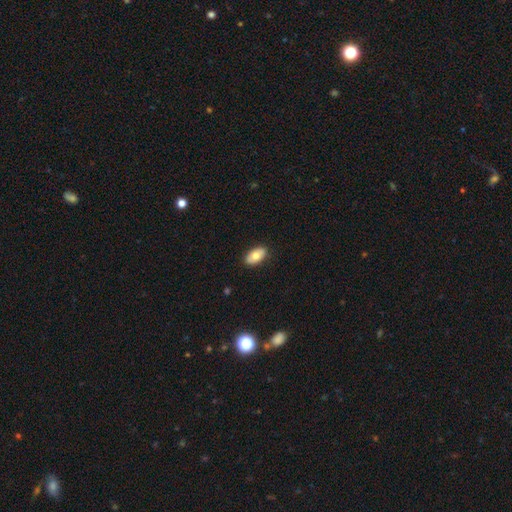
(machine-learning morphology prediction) Overall: smooth (75%). How rounded: in between (93%). Merging: none (88%).